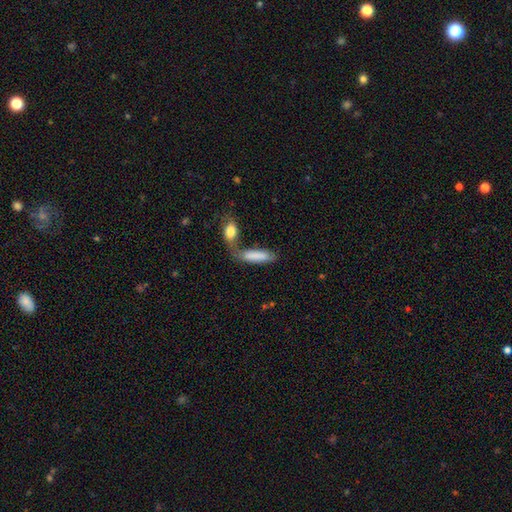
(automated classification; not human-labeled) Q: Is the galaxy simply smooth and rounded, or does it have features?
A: smooth — 83%.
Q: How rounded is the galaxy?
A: cigar-shaped — 49%, tied with in between.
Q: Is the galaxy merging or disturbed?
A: merger — 48%.